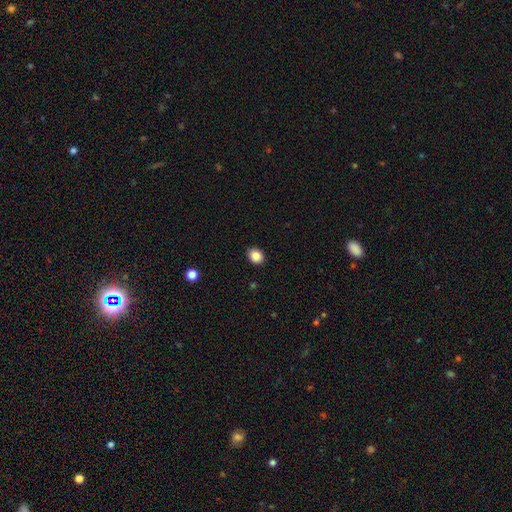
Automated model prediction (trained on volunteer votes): Morphology: type=smooth (87%); roundness=round (54%); merging=none (90%).